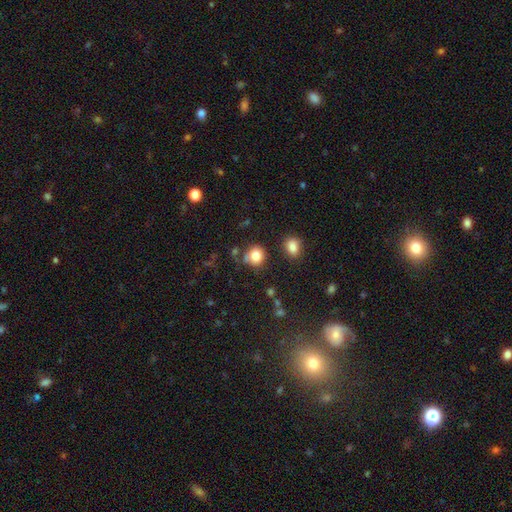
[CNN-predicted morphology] The model was most divided on "merging": none: 69%, minor disturbance: 16%, merger: 10%, major disturbance: 5%. More confident: smooth or featured — smooth (82%); how rounded — round (81%).